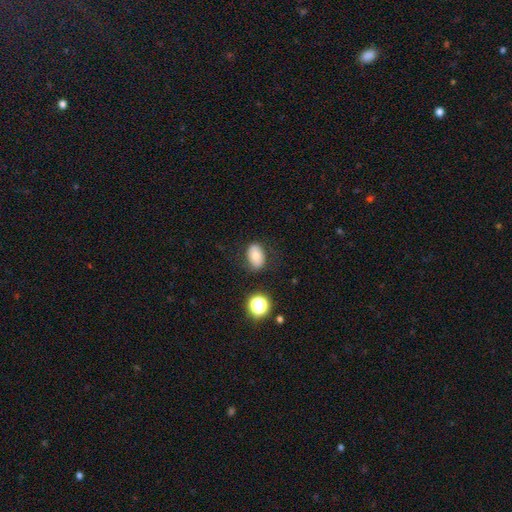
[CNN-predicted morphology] Smooth or featured? smooth (72%)
How rounded? in between (84%)
Merging? none (80%)